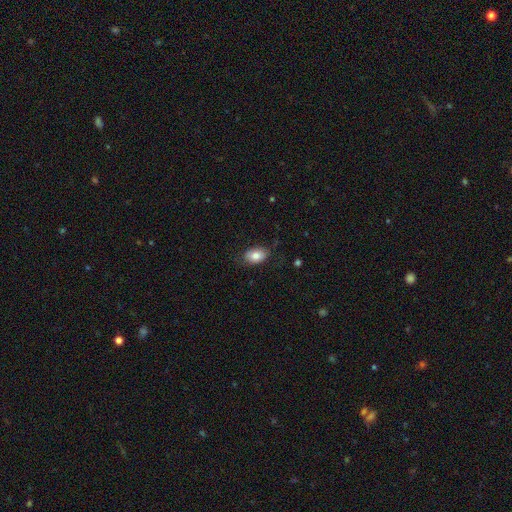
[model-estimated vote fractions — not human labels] Smooth or featured? smooth (81%)
How rounded? in between (86%)
Merging? none (76%)